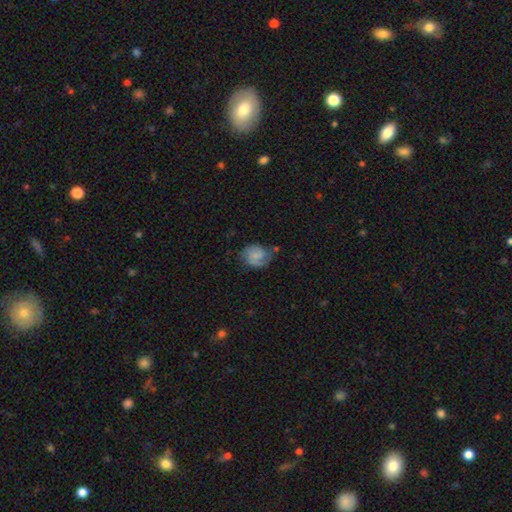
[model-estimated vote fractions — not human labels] Overall: featured or disk (54%; smooth 37%). Edge-on disk: no (98%). Bar: no (62%; weak 32%). Spiral arms: yes (88%). Bulge size: small (44%; none 35%). Merging: none (54%; minor disturbance 27%).